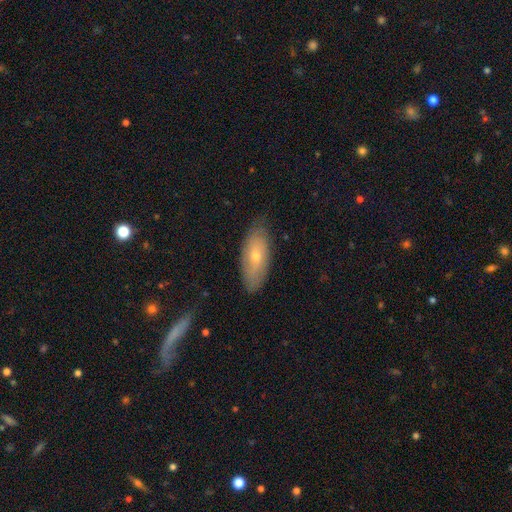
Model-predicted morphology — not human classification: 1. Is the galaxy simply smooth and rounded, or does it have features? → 52% smooth, 40% featured or disk, 7% star or artifact.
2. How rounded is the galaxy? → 79% in between, 18% cigar-shaped, 3% round.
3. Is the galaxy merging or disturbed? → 79% none, 16% minor disturbance, 3% major disturbance, 1% merger.